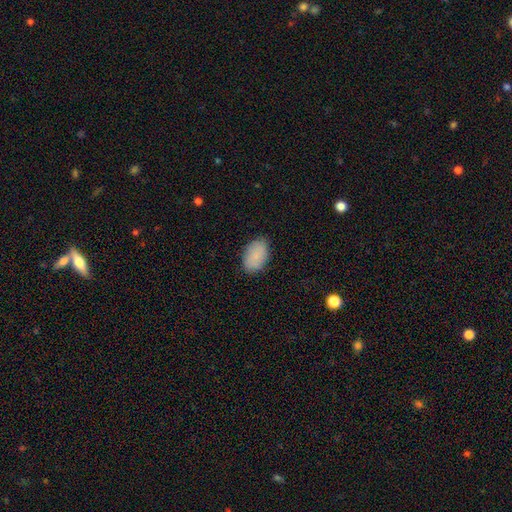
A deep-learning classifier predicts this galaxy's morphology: smooth 87%, star or artifact 7%, featured or disk 6%. Down the decision tree: how rounded — in between (91%); merging — none (85%).